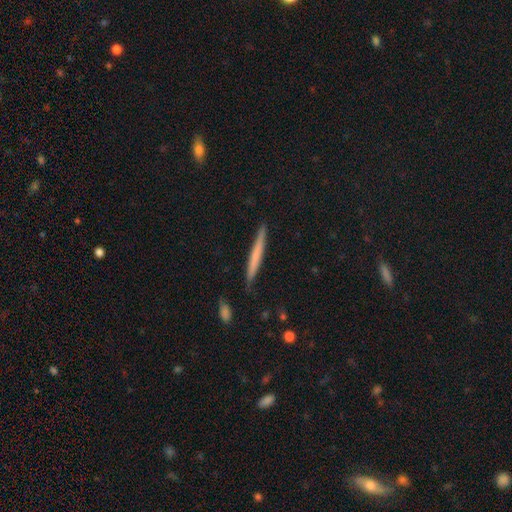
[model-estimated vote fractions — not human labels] Smooth or featured? smooth (58%)
How rounded? cigar-shaped (97%)
Merging? none (89%)